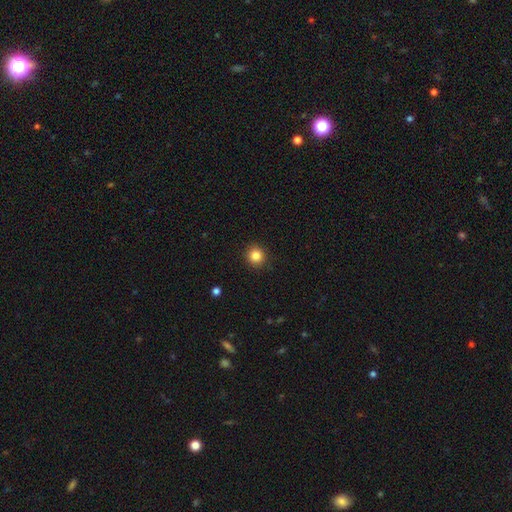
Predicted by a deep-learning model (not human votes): The model was most divided on "smooth or featured": smooth: 85%, star or artifact: 11%, featured or disk: 5%. More confident: how rounded — round (93%); merging — none (91%).